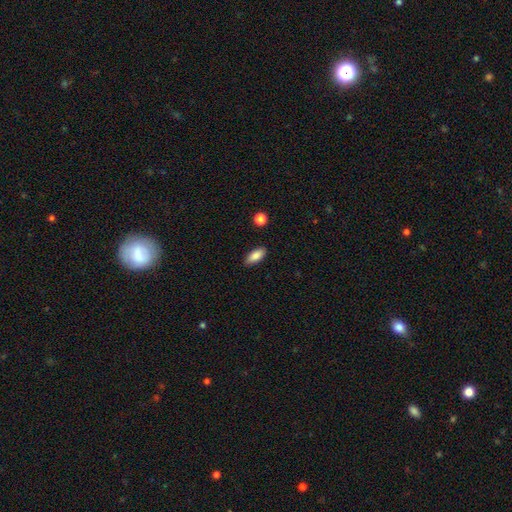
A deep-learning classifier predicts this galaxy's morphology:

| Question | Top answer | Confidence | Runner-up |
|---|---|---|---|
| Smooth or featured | smooth | 85% | featured or disk (8%) |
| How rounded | in between | 82% | cigar-shaped (16%) |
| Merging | none | 86% | minor disturbance (11%) |